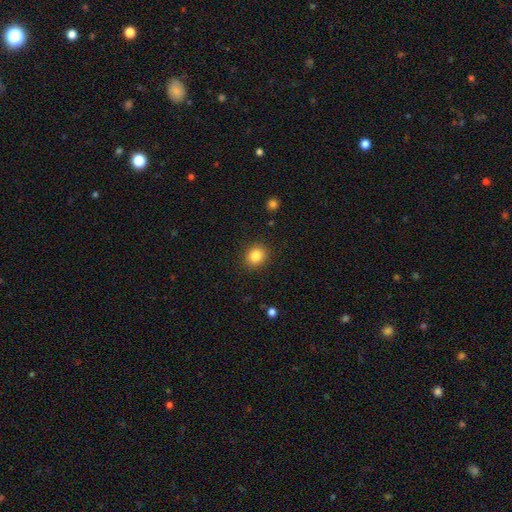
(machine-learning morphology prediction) A smooth galaxy with no disk features (85%) that is round (72%).

Vote fractions:
- Smooth or featured? smooth: 85% / star or artifact: 10% / featured or disk: 5%
- How rounded? round: 72% / in between: 27% / cigar-shaped: 1%
- Merging? none: 89% / minor disturbance: 7% / major disturbance: 2% / merger: 1%